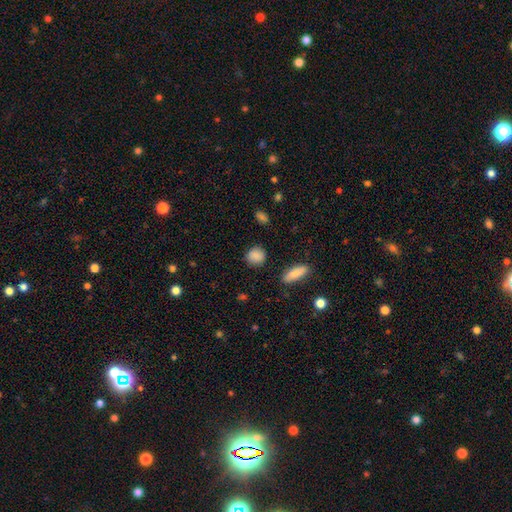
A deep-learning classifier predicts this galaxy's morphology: type=smooth (87%); roundness=round (77%); merging=none (86%).